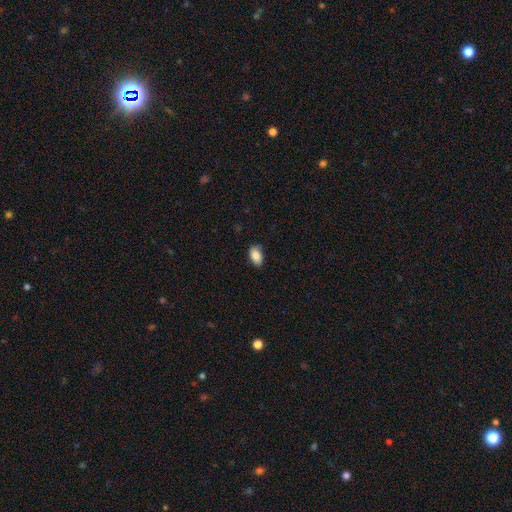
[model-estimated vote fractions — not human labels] Q: Smooth or featured?
A: smooth (88%); runner-up: star or artifact (7%)
Q: How rounded?
A: in between (93%); runner-up: round (5%)
Q: Merging?
A: none (81%); runner-up: minor disturbance (16%)